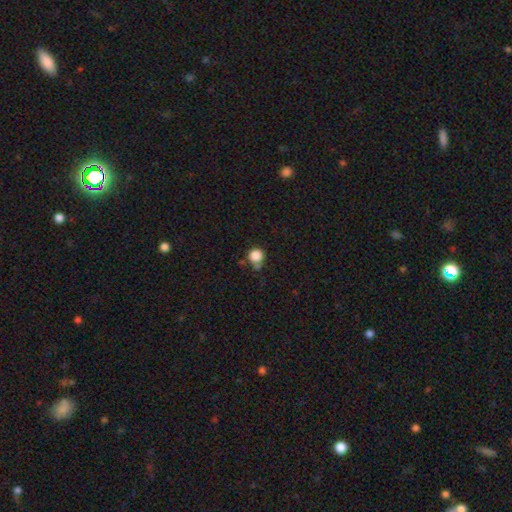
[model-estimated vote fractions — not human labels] smooth-or-featured: smooth: 85% | star or artifact: 11% | featured or disk: 4%
  how-rounded: round: 92% | in between: 7% | cigar-shaped: 1%
  merging: none: 65% | minor disturbance: 18% | merger: 12% | major disturbance: 5%